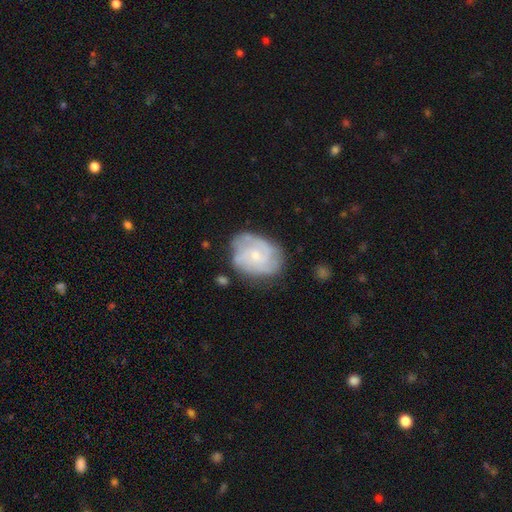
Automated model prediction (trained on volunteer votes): A featured or disk galaxy (73%) with no bar (71%), tight (53%) spiral arms (89%) and a small central bulge (63%). Merging: none (67%).